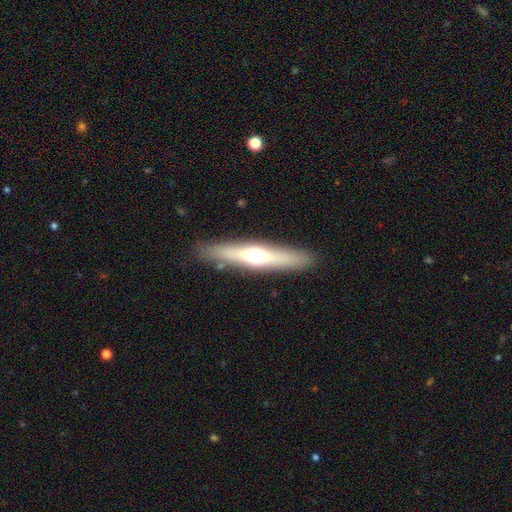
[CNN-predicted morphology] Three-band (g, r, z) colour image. It shows a featured or disk galaxy (52%) viewed edge-on (89%). Merging: none (88%).